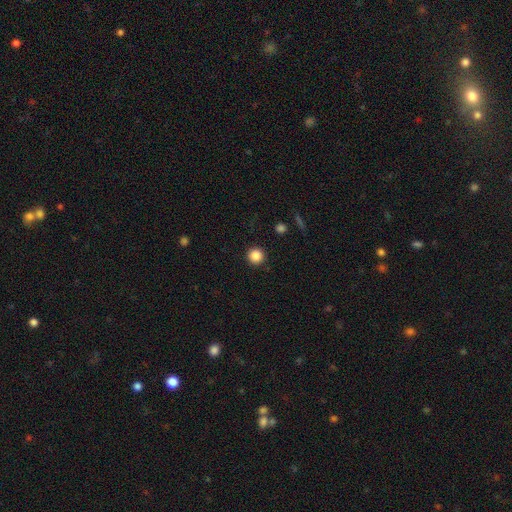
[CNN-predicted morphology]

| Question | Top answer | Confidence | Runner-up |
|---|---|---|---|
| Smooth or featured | smooth | 86% | star or artifact (11%) |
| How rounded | round | 96% | in between (3%) |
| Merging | none | 92% | minor disturbance (5%) |